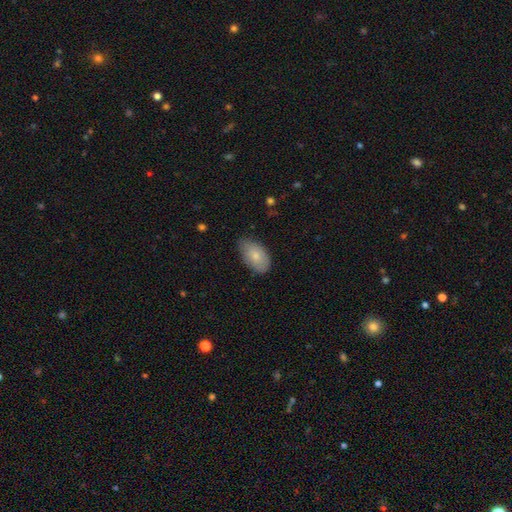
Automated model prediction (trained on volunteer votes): Morphology: type=smooth (79%); roundness=in between (93%); merging=none (68%).